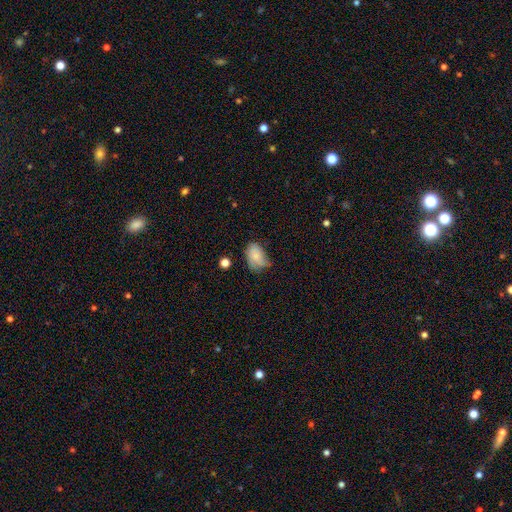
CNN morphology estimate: smooth-or-featured: smooth: 70% | featured or disk: 21% | star or artifact: 9%
  how-rounded: in between: 84% | round: 14% | cigar-shaped: 1%
  merging: minor disturbance: 40% | none: 36% | major disturbance: 20% | merger: 3%